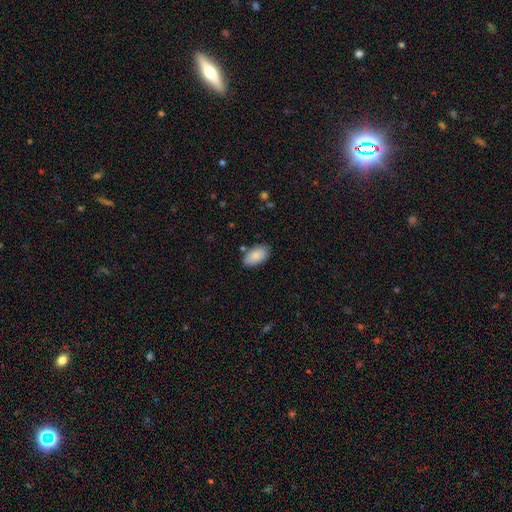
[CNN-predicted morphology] smooth 87%, star or artifact 6%, featured or disk 6%. Down the decision tree: how rounded — in between (95%); merging — none (82%).